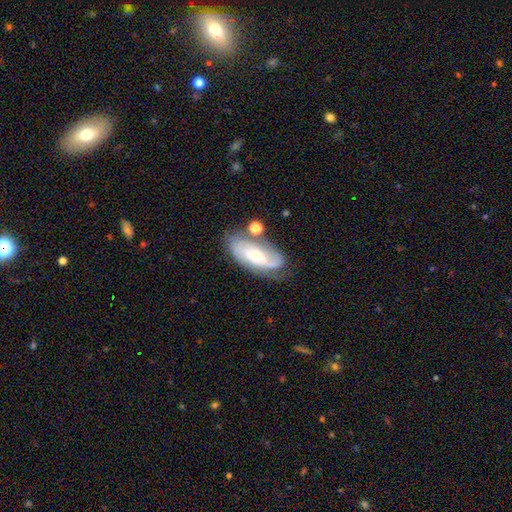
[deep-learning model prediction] Smooth or featured? featured or disk (63%)
Edge-on disk? no (90%)
Bar? no (53%)
Spiral arms? yes (86%)
Bulge size? small (60%)
Merging? none (54%)